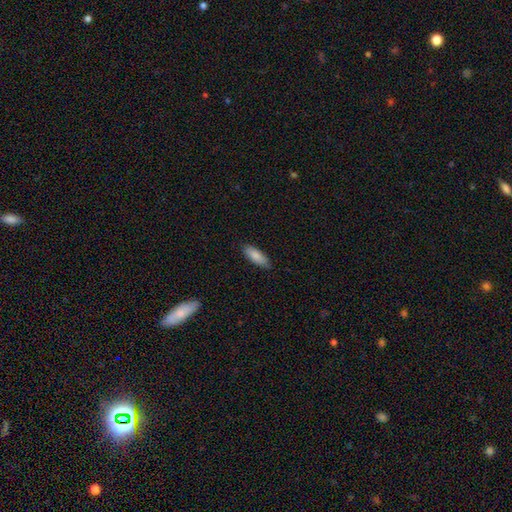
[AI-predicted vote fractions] A smooth galaxy with no disk features (86%) that is in between round and cigar-shaped (67%). Merging: none (85%).